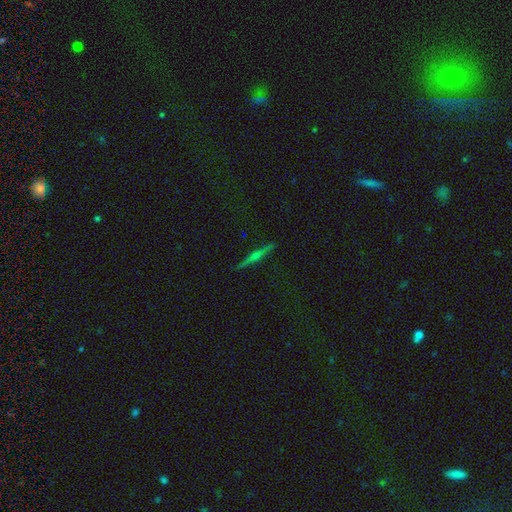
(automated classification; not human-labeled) Smooth or featured?
  - featured or disk: 71% *
  - smooth: 19%
  - star or artifact: 10%
Edge-on disk?
  - yes: 98% *
  - no: 2%
Edge-on bulge?
  - rounded: 75% *
  - none: 16%
  - boxy: 9%
Merging?
  - none: 91% *
  - minor disturbance: 6%
  - major disturbance: 1%
  - merger: 1%